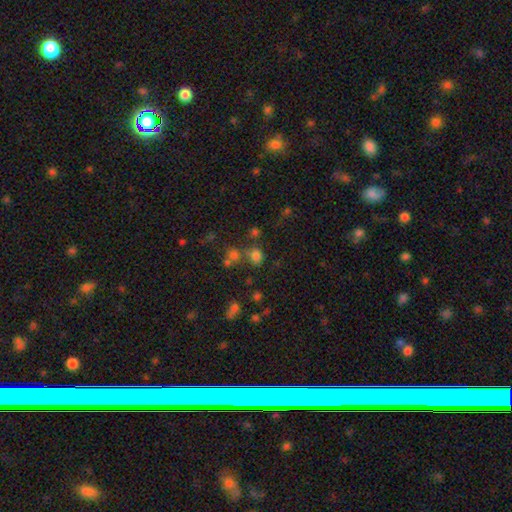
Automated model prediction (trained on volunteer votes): A smooth galaxy with no disk features (70%) that is round (67%).

Vote fractions:
- Smooth or featured? smooth: 70% / star or artifact: 22% / featured or disk: 8%
- How rounded? round: 67% / in between: 32% / cigar-shaped: 1%
- Merging? none: 62% / merger: 20% / minor disturbance: 12% / major disturbance: 6%